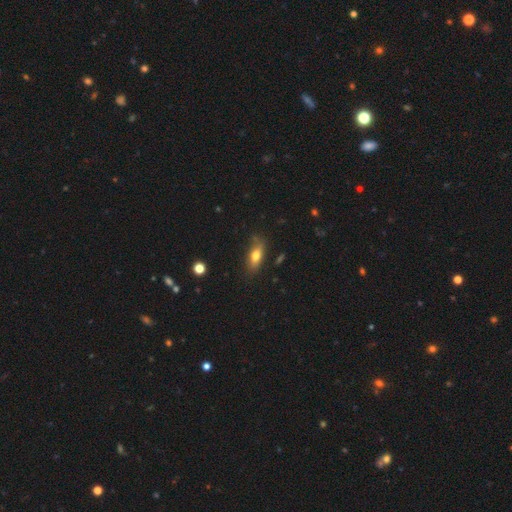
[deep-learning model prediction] Smooth or featured? smooth (70%)
How rounded? in between (67%)
Merging? none (75%)